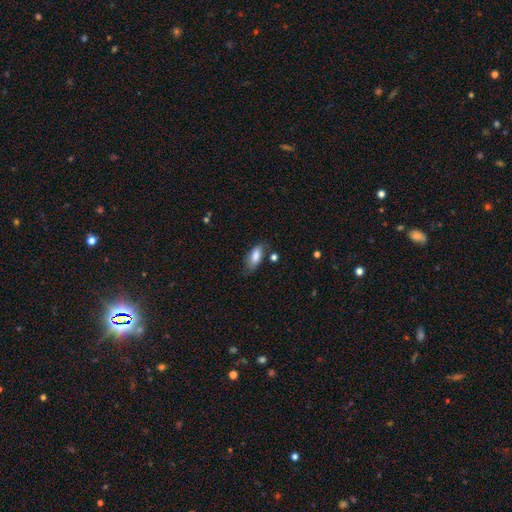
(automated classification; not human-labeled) Smooth or featured? smooth (78%)
How rounded? in between (86%)
Merging? none (61%)